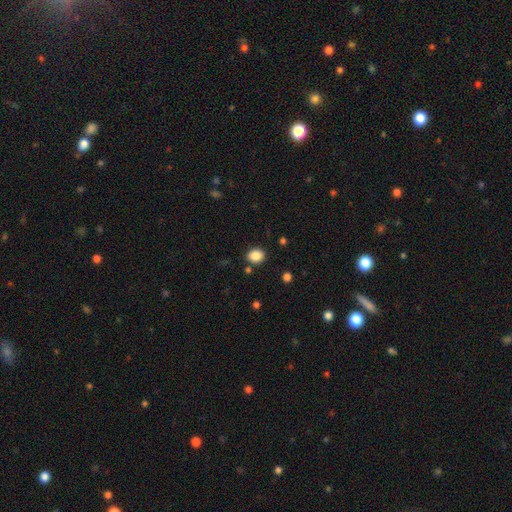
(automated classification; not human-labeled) The model was most divided on "how rounded": round: 55%, in between: 44%, cigar-shaped: 1%. More confident: smooth or featured — smooth (87%); merging — none (85%).